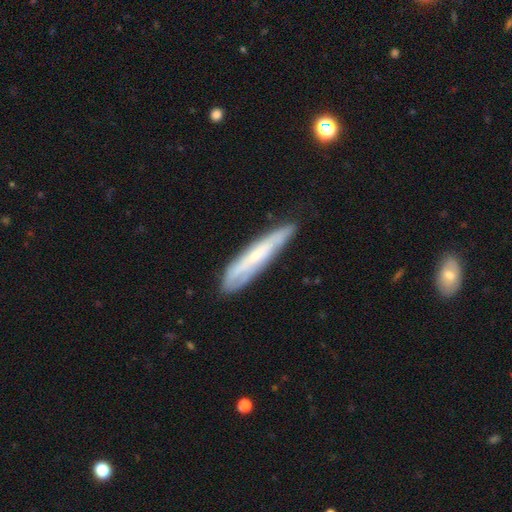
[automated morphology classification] type=featured or disk (54%); edge-on=yes (61%); merging=none (77%).